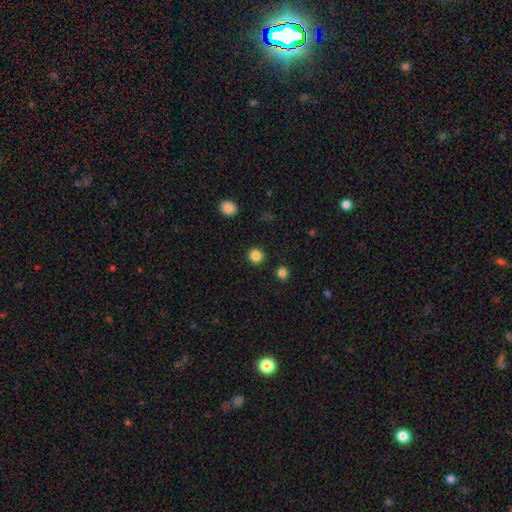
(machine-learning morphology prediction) A smooth galaxy with no disk features (85%) that is round (94%).

Vote fractions:
- Smooth or featured? smooth: 85% / star or artifact: 11% / featured or disk: 3%
- How rounded? round: 94% / in between: 5% / cigar-shaped: 1%
- Merging? none: 92% / minor disturbance: 4% / merger: 2% / major disturbance: 2%